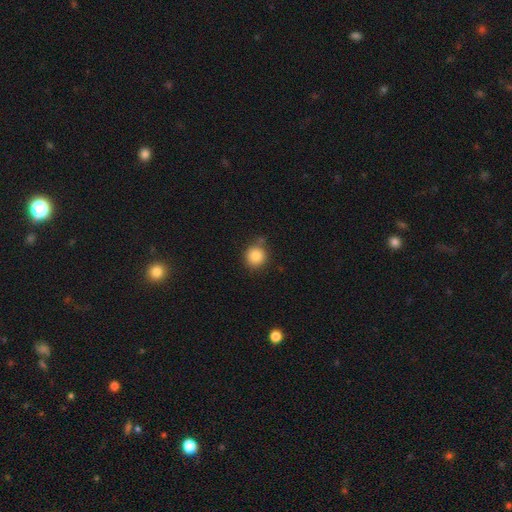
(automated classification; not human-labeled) A smooth galaxy with no disk features (86%) that is round (90%). Merging: none (73%).